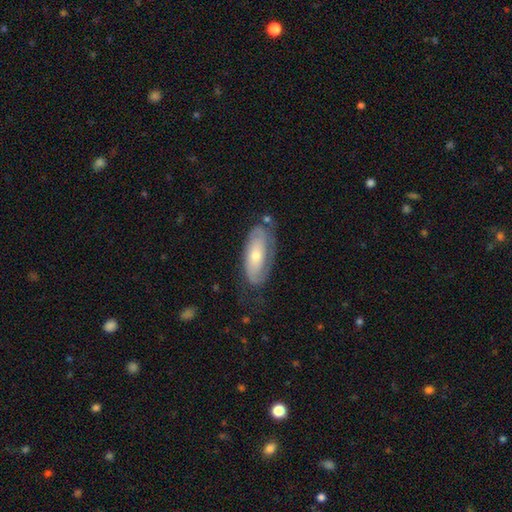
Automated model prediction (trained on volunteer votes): This is likely a featured or disk galaxy (60%). It is clearly not viewed edge-on (87%). Bar: likely no (75%). Spiral arm pattern: likely yes (76%). Central bulge: possibly small (50%). Merging: possibly none (60%).